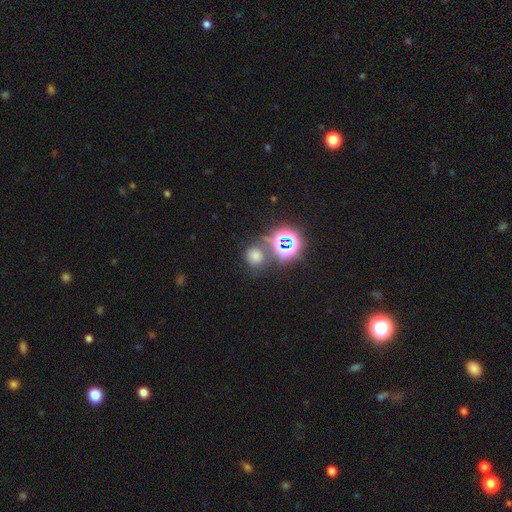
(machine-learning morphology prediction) This is likely a smooth galaxy (61%). How rounded: clearly round (84%). Merging: likely none (68%).